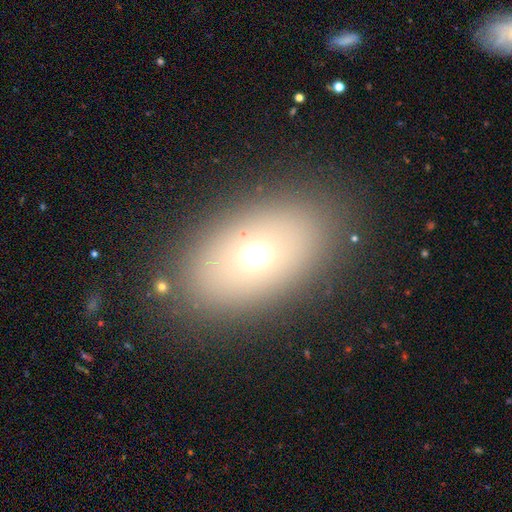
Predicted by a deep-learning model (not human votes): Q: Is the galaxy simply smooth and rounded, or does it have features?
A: smooth — 63%.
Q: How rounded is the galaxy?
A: in between — 80%.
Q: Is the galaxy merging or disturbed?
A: none — 85%.